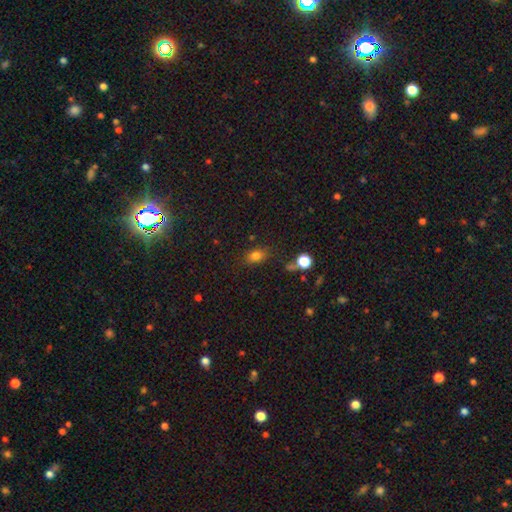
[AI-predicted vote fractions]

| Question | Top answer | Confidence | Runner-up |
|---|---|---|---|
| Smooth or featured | smooth | 78% | star or artifact (15%) |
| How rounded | in between | 70% | round (27%) |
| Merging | none | 75% | minor disturbance (16%) |